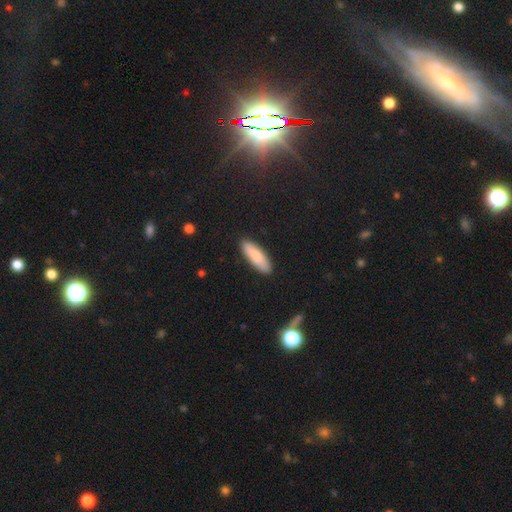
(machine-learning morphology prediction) Smooth or featured? smooth (84%)
How rounded? in between (52%)
Merging? none (89%)